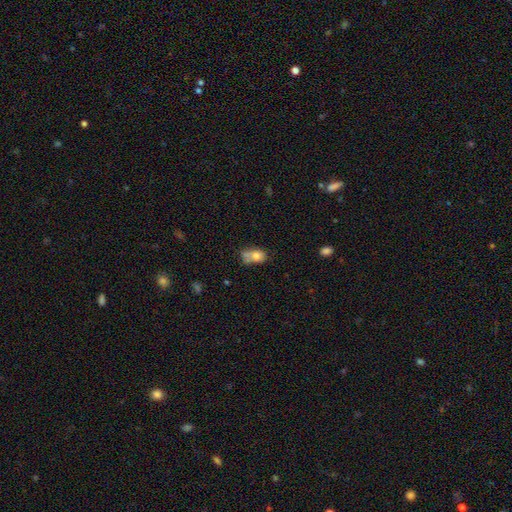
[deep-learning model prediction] smooth_or_featured: smooth (p=0.73) [alt: featured or disk p=0.17]
how_rounded: in between (p=0.75) [alt: round p=0.22]
merging: merger (p=0.38) [alt: none p=0.29]